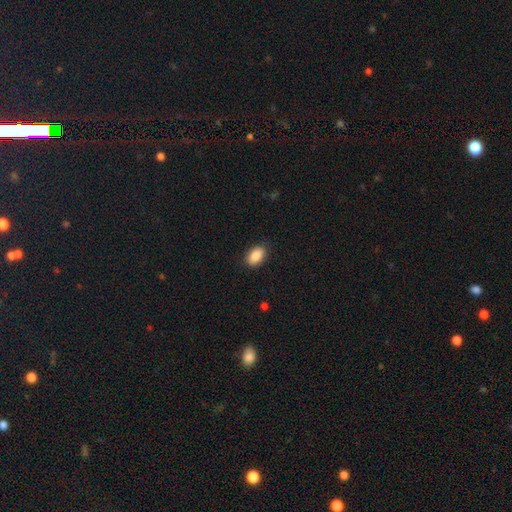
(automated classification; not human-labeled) Smooth or featured? Predicted: smooth (p=0.87). How rounded? Predicted: in between (p=0.91). Merging? Predicted: none (p=0.87).